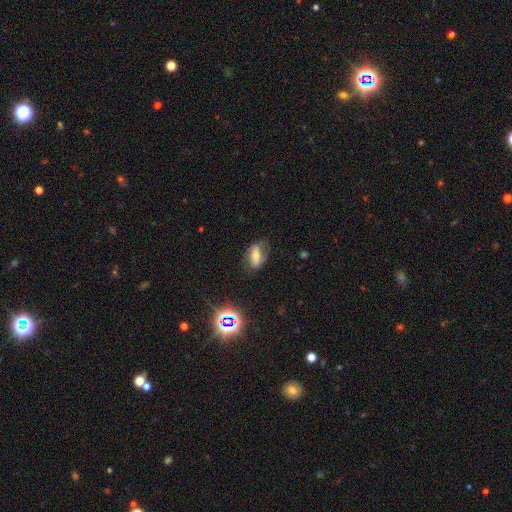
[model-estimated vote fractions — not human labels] Smooth or featured? Predicted: smooth (p=0.46). Merging? Predicted: none (p=0.63).